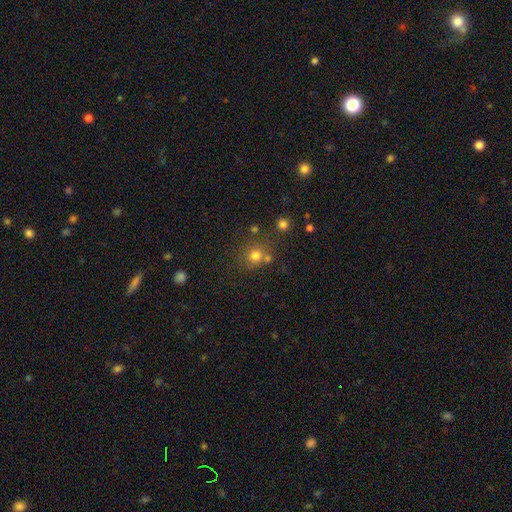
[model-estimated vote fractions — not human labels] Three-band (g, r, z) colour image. It shows a smooth galaxy with no disk features (76%) that is round (87%). Merging: none (66%).